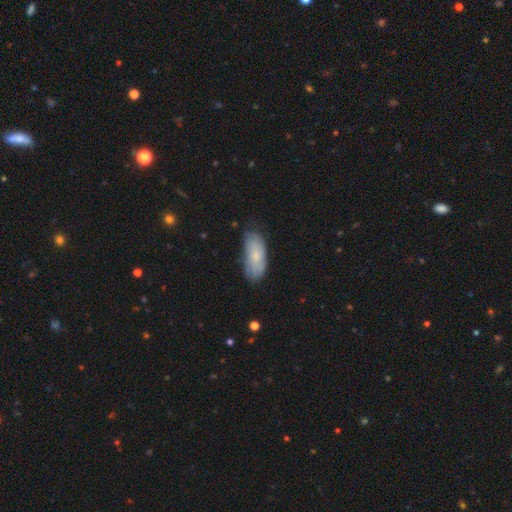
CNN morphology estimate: Smooth or featured: smooth — 71% (featured or disk — 22%)
How rounded: in between — 84% (cigar-shaped — 14%)
Merging: none — 69% (minor disturbance — 25%)